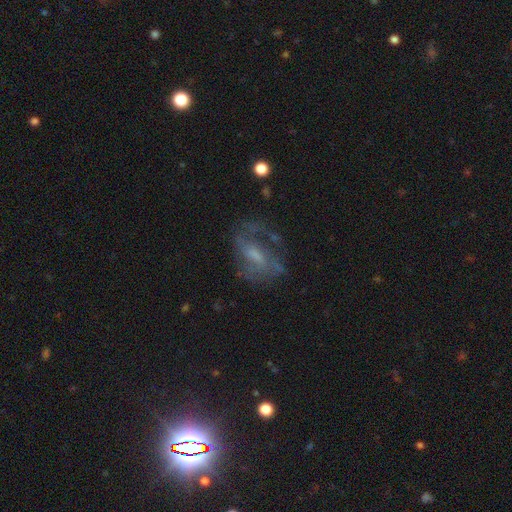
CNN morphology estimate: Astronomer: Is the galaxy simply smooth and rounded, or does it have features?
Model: featured or disk — 65%.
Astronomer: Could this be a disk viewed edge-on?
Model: no — 95%.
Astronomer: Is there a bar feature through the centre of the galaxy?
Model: weak — 45% (runner-up: no, 39%).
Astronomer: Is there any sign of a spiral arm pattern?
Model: yes — 68%.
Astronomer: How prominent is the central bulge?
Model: moderate — 36% (runner-up: small, 31%).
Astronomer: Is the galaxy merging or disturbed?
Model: none — 50% (runner-up: major disturbance, 27%).